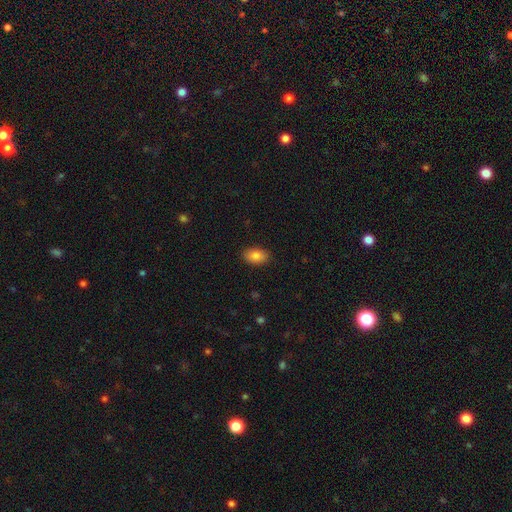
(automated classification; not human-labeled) Q: Smooth or featured?
A: smooth (85%); runner-up: star or artifact (8%)
Q: How rounded?
A: in between (89%); runner-up: round (10%)
Q: Merging?
A: none (88%); runner-up: minor disturbance (9%)